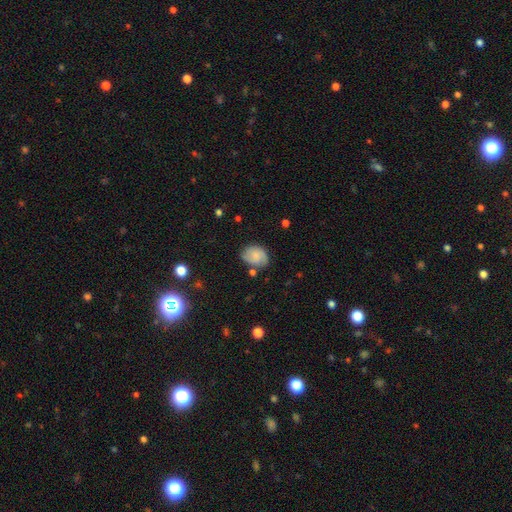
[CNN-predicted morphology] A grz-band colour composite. It shows a smooth galaxy with no disk features (62%) that is in between round and cigar-shaped (58%). Merging: none (65%).